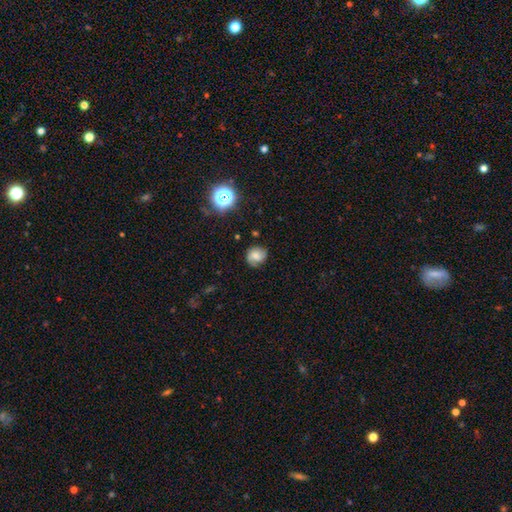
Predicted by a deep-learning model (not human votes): smooth_or_featured: smooth (p=0.56) [alt: featured or disk p=0.32]
how_rounded: round (p=0.82) [alt: in between p=0.17]
merging: none (p=0.72) [alt: minor disturbance p=0.21]